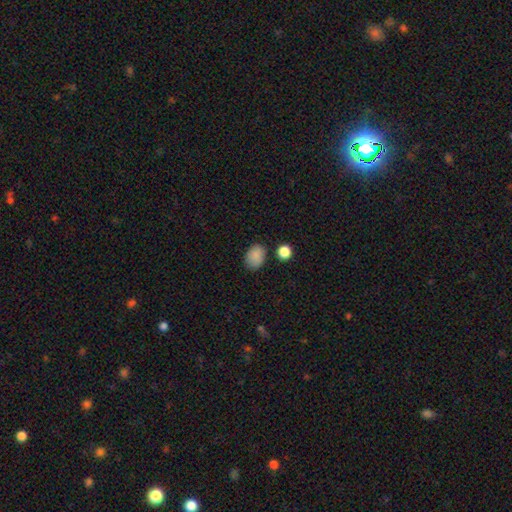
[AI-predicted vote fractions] This appears to be a smooth galaxy with no disk features (87%) that is in between round and cigar-shaped (67%). Merging: none (78%).